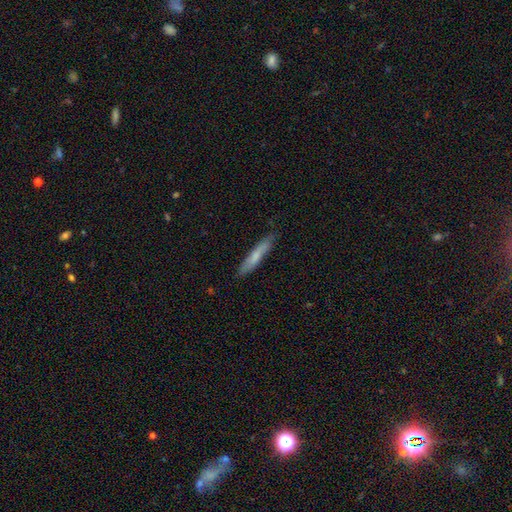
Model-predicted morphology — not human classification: Smooth or featured? Predicted: smooth (p=0.69). How rounded? Predicted: cigar-shaped (p=0.92). Merging? Predicted: none (p=0.84).